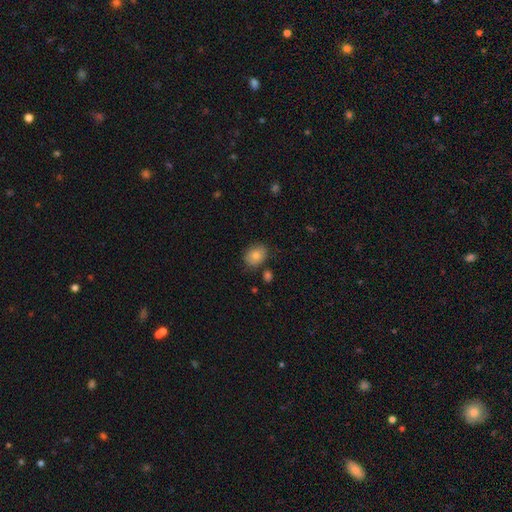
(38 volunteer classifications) Morphology: type=smooth (82%); roundness=in between (52%); merging=none (91%).